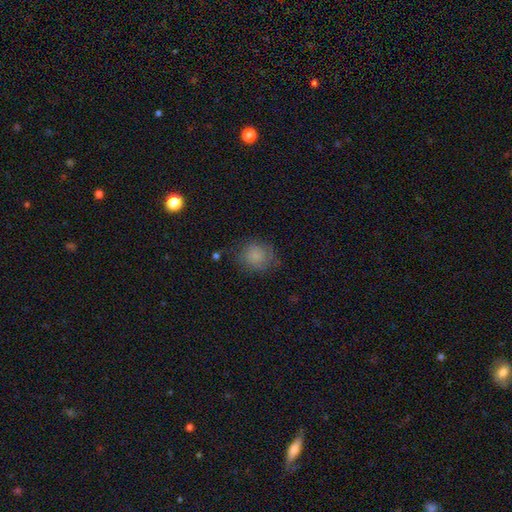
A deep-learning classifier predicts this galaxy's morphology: smooth 71%, featured or disk 18%, star or artifact 10%. Down the decision tree: how rounded — round (83%); merging — none (68%).